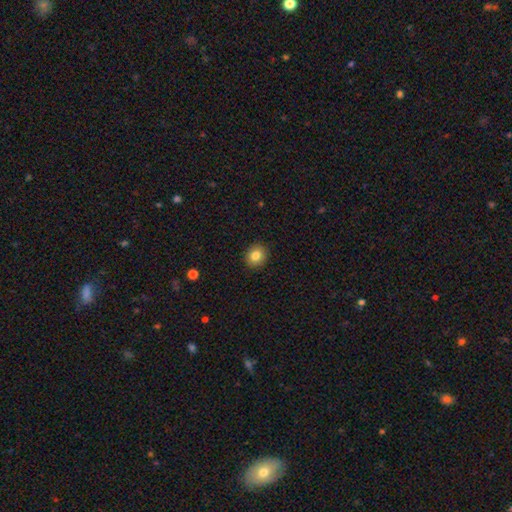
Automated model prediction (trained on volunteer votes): Q: Smooth or featured?
A: smooth (82%); runner-up: star or artifact (10%)
Q: How rounded?
A: round (76%); runner-up: in between (23%)
Q: Merging?
A: none (91%); runner-up: minor disturbance (6%)